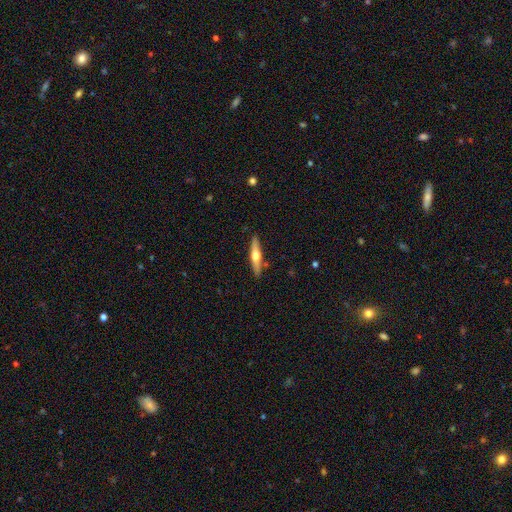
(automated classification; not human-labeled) smooth-or-featured: featured or disk: 54% | smooth: 41% | star or artifact: 5%
  disk-edge-on: yes: 94% | no: 6%
    edge-on-bulge: rounded: 93% | none: 4% | boxy: 3%
  merging: none: 88% | minor disturbance: 8% | merger: 2% | major disturbance: 2%